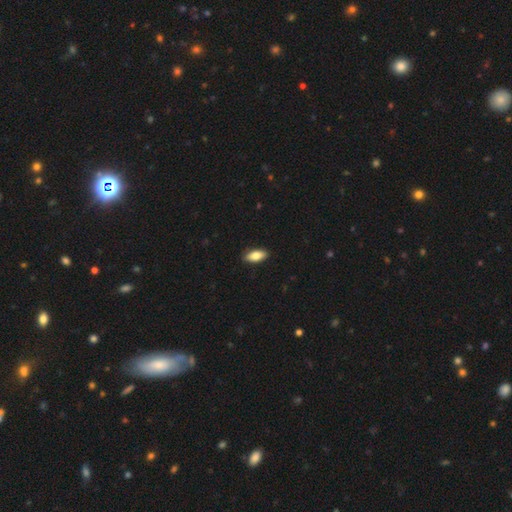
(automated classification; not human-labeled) Morphology: type=smooth (83%); roundness=in between (87%); merging=none (88%).